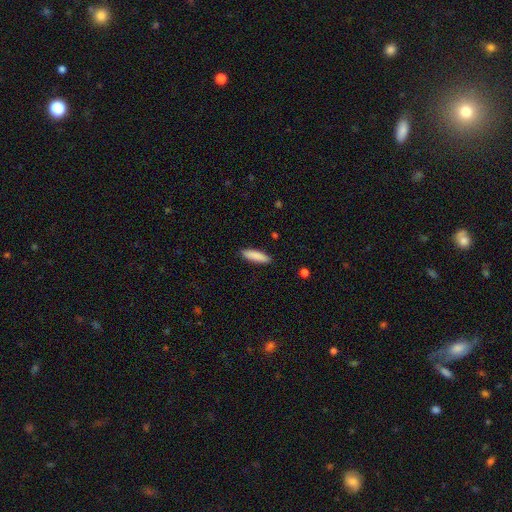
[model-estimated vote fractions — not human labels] smooth_or_featured: smooth (p=0.88) [alt: featured or disk p=0.06]
how_rounded: cigar-shaped (p=0.64) [alt: in between p=0.34]
merging: none (p=0.90) [alt: minor disturbance p=0.08]